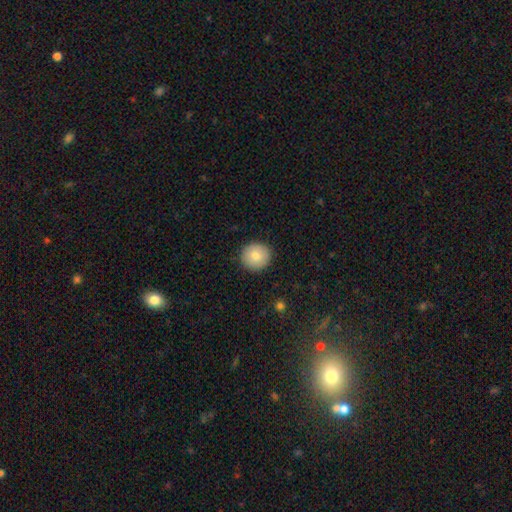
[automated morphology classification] This appears to be a smooth galaxy with no disk features (83%) that is round (90%). Merging: none (91%).